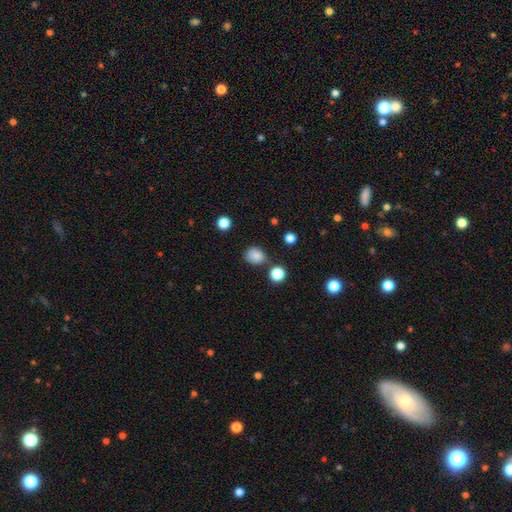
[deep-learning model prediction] A smooth galaxy with no disk features (82%) that is round (67%).

Vote fractions:
- Smooth or featured? smooth: 82% / star or artifact: 12% / featured or disk: 6%
- How rounded? round: 67% / in between: 32% / cigar-shaped: 1%
- Merging? none: 71% / minor disturbance: 18% / merger: 7% / major disturbance: 4%